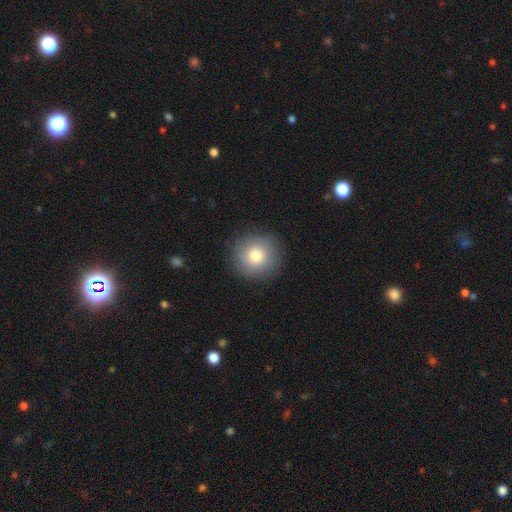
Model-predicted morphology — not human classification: smooth 80%, featured or disk 10%, star or artifact 10%. Down the decision tree: how rounded — round (95%); merging — none (91%).